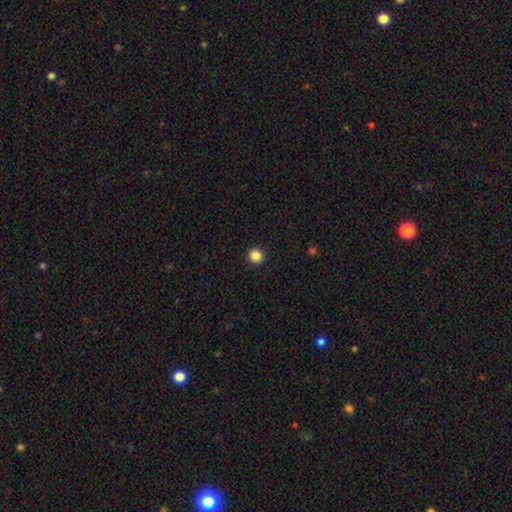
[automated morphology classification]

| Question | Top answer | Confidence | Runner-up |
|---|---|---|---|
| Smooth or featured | smooth | 85% | star or artifact (11%) |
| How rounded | round | 95% | in between (4%) |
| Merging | none | 93% | minor disturbance (4%) |